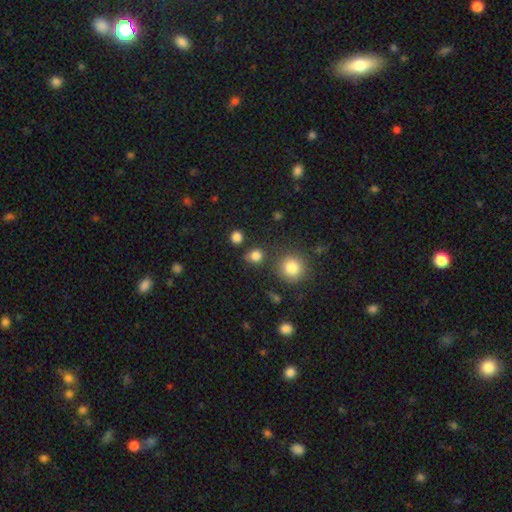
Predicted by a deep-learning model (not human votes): smooth_or_featured: smooth (p=0.81) [alt: star or artifact p=0.14]
how_rounded: round (p=0.83) [alt: in between p=0.16]
merging: none (p=0.77) [alt: minor disturbance p=0.10]